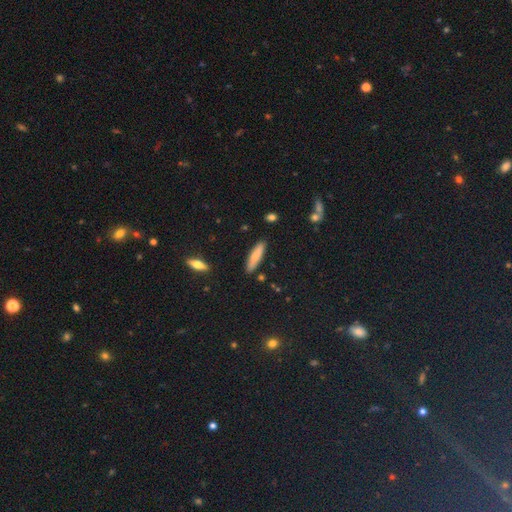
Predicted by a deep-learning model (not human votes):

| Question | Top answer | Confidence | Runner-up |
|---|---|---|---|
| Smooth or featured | smooth | 77% | featured or disk (17%) |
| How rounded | cigar-shaped | 76% | in between (23%) |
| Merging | none | 87% | minor disturbance (9%) |